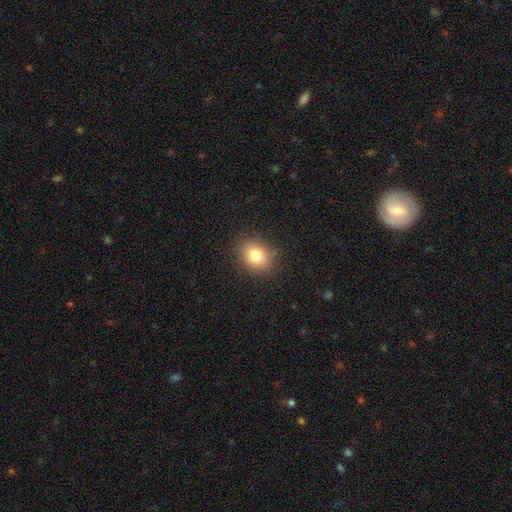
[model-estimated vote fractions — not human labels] A smooth galaxy with no disk features (81%) that is in between round and cigar-shaped (51%). Merging: none (85%).